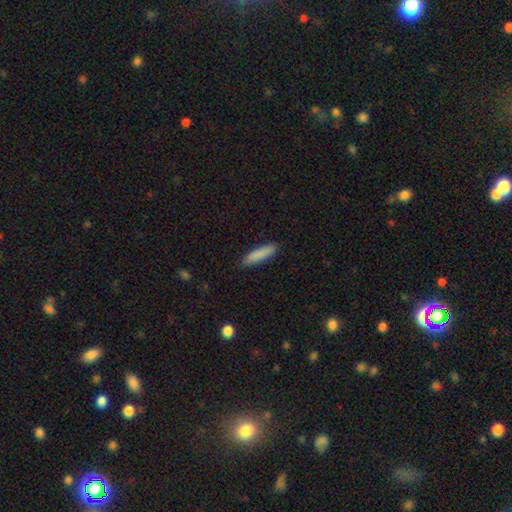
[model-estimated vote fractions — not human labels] A smooth galaxy with no disk features (86%) that is cigar-shaped (81%).

Vote fractions:
- Smooth or featured? smooth: 86% / featured or disk: 7% / star or artifact: 6%
- How rounded? cigar-shaped: 81% / in between: 18% / round: 1%
- Merging? none: 89% / minor disturbance: 8% / major disturbance: 2% / merger: 1%